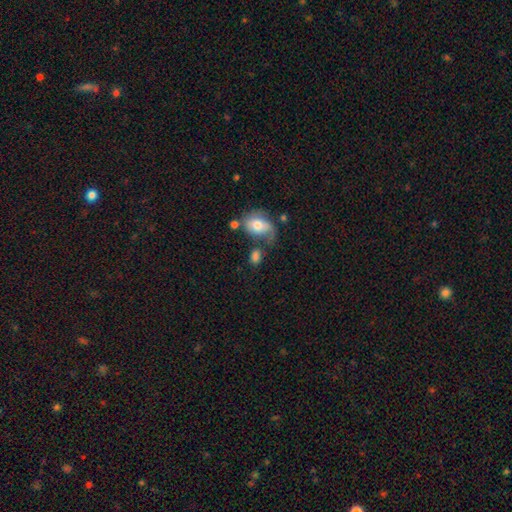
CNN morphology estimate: Q: Smooth or featured?
A: smooth (63%); runner-up: featured or disk (25%)
Q: How rounded?
A: in between (64%); runner-up: round (34%)
Q: Merging?
A: none (39%); runner-up: merger (22%)